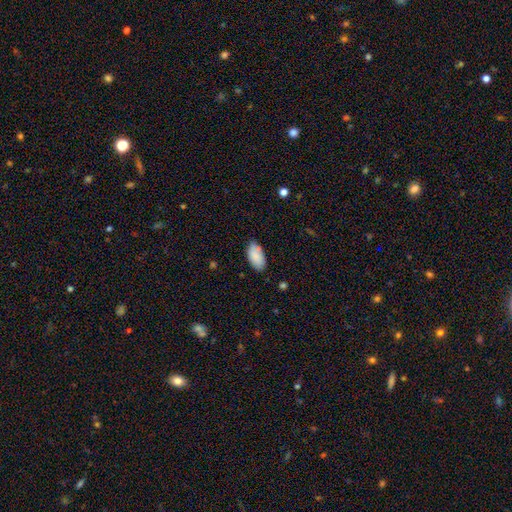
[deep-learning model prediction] smooth_or_featured: smooth (p=0.86) [alt: featured or disk p=0.07]
how_rounded: in between (p=0.95) [alt: cigar-shaped p=0.03]
merging: none (p=0.79) [alt: minor disturbance p=0.17]